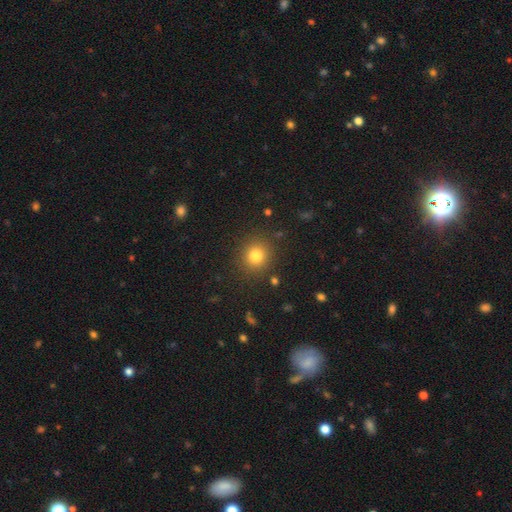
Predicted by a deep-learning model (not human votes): Smooth or featured? smooth (80%)
How rounded? round (89%)
Merging? none (88%)